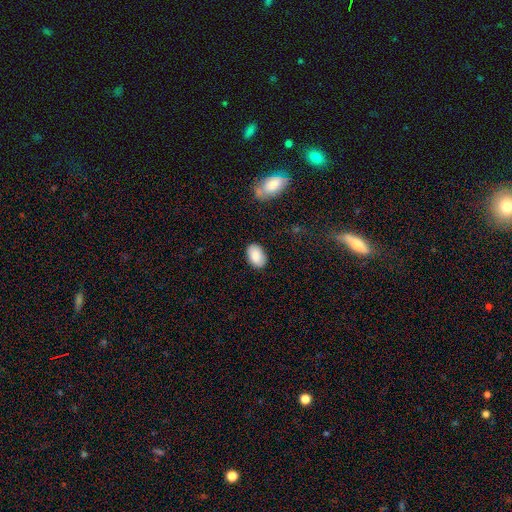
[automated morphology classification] Q: Smooth or featured?
A: smooth (87%); runner-up: star or artifact (7%)
Q: How rounded?
A: in between (92%); runner-up: round (7%)
Q: Merging?
A: none (85%); runner-up: minor disturbance (11%)